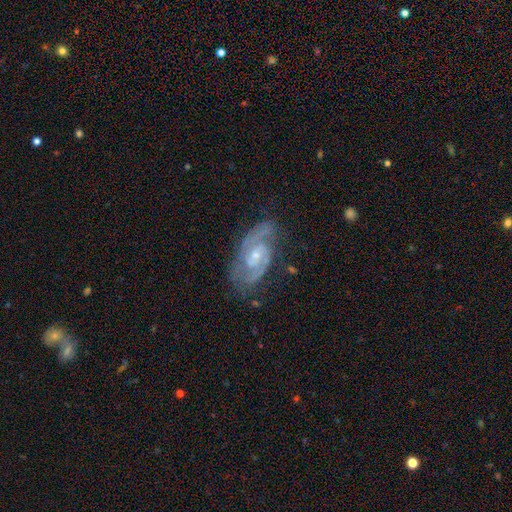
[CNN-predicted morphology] Smooth or featured: featured or disk — 89% (smooth — 6%)
Edge-on disk: no — 96% (yes — 4%)
Bar: no — 50% (weak — 41%)
Spiral arms: yes — 98% (no — 2%)
Spiral winding: medium — 48% (tight — 44%)
Spiral arm count: 2 — 84% (3 — 6%)
Bulge size: small — 61% (moderate — 34%)
Merging: none — 73% (minor disturbance — 19%)